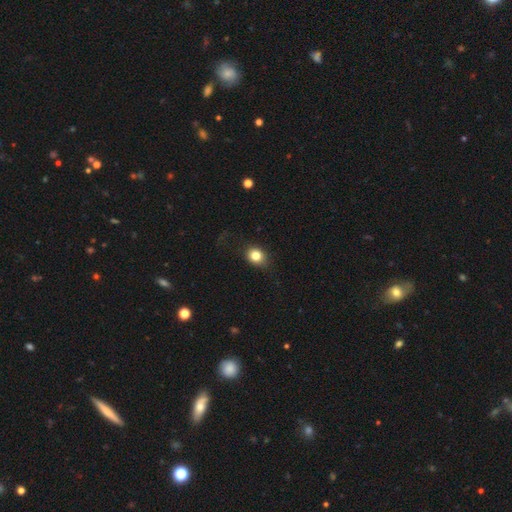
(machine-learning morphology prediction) The model was most divided on "how rounded": round: 62%, in between: 37%, cigar-shaped: 1%. More confident: smooth or featured — smooth (82%); merging — none (81%).